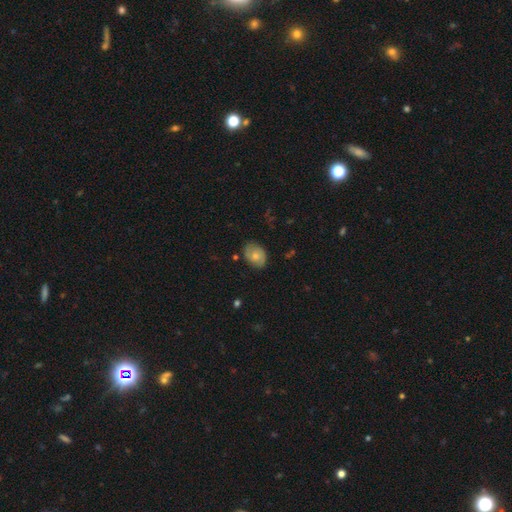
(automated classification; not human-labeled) Smooth or featured? Predicted: smooth (p=0.56). How rounded? Predicted: in between (p=0.72). Merging? Predicted: none (p=0.78).